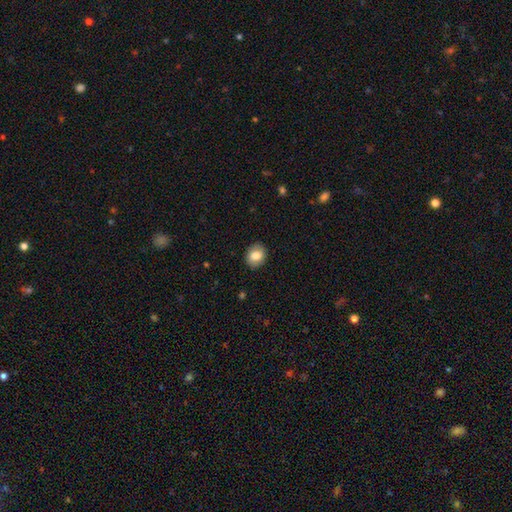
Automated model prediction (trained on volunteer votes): Overall: smooth (81%). How rounded: in between (53%; round 46%). Merging: none (89%).